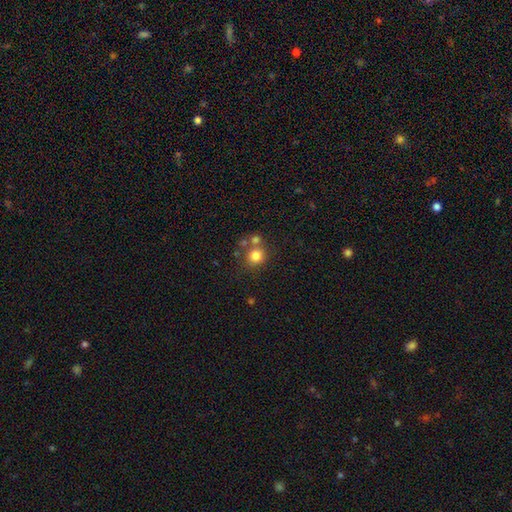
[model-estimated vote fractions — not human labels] A smooth galaxy with no disk features (79%) that is round (89%). Merging: none (62%).